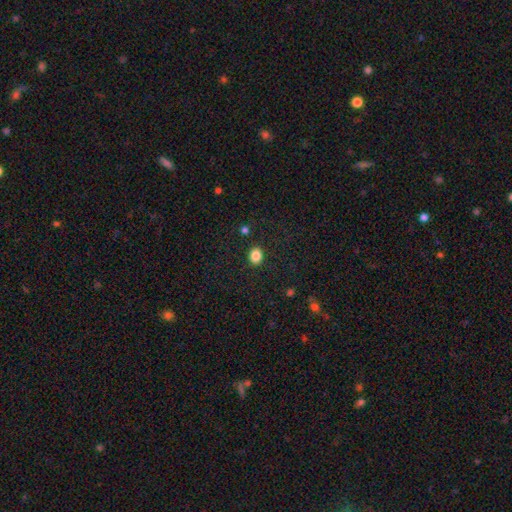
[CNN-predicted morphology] A smooth galaxy with no disk features (86%) that is in between round and cigar-shaped (52%).

Vote fractions:
- Smooth or featured? smooth: 86% / star or artifact: 10% / featured or disk: 4%
- How rounded? in between: 52% / round: 47% / cigar-shaped: 1%
- Merging? none: 88% / minor disturbance: 8% / major disturbance: 2% / merger: 2%